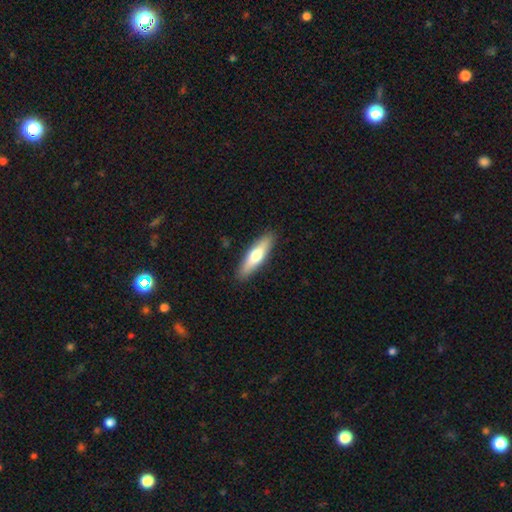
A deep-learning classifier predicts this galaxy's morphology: This is possibly a smooth galaxy (59%). How rounded: likely cigar-shaped (68%). Merging: clearly none (90%).